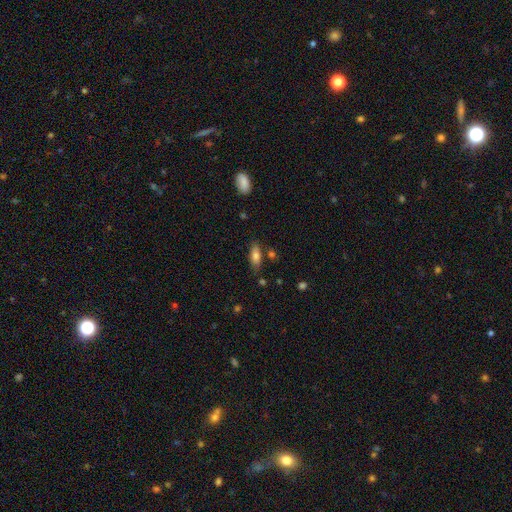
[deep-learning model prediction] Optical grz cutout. It shows a smooth galaxy with no disk features (75%) that is in between round and cigar-shaped (75%). Merging: none (77%).